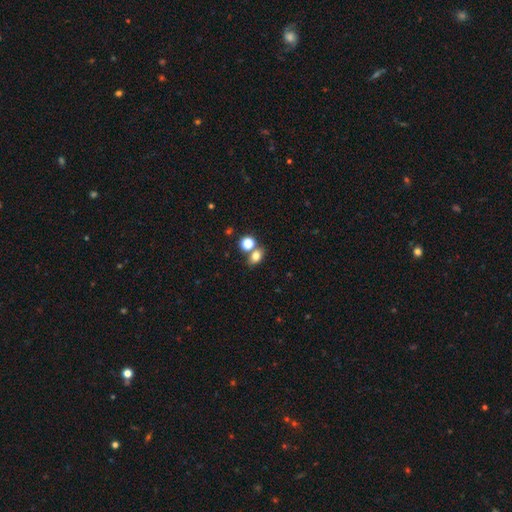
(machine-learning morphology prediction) Overall: smooth (76%). How rounded: in between (65%; round 34%). Merging: none (59%; merger 27%).